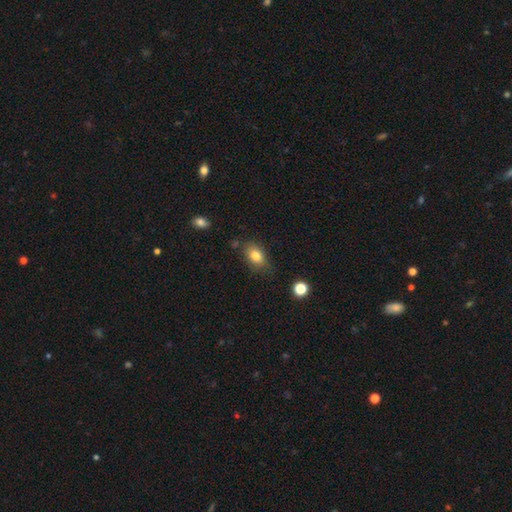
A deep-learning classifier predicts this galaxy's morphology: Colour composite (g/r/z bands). It shows a smooth galaxy with no disk features (82%) that is in between round and cigar-shaped (80%). Merging: none (72%).